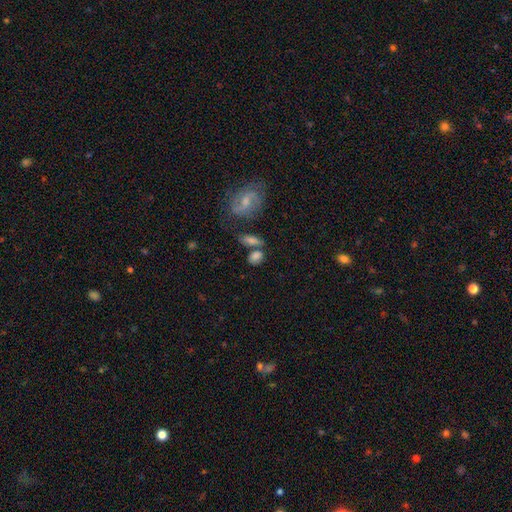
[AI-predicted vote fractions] The model was most divided on "merging": none: 54%, merger: 24%, minor disturbance: 15%, major disturbance: 6%. More confident: how rounded — in between (78%); smooth or featured — smooth (77%).